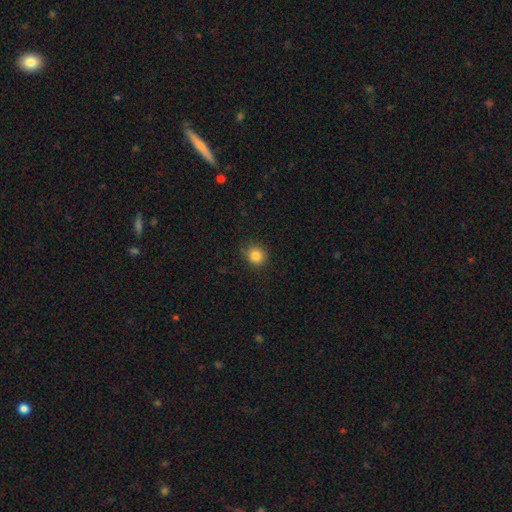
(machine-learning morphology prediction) The model was most divided on "how rounded": round: 84%, in between: 15%, cigar-shaped: 1%. More confident: merging — none (85%); smooth or featured — smooth (84%).